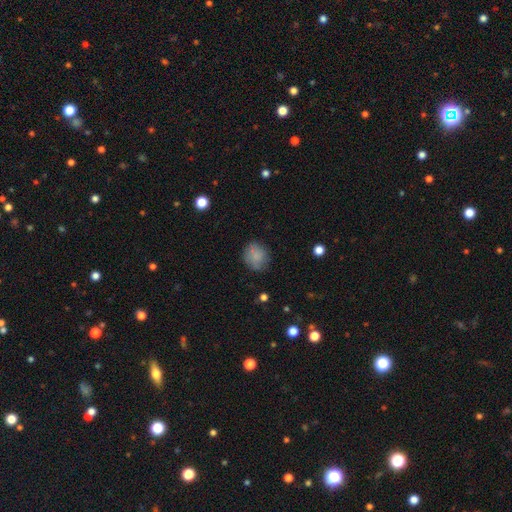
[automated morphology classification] Smooth or featured: smooth — 81% (star or artifact — 10%)
How rounded: round — 76% (in between — 23%)
Merging: none — 74% (minor disturbance — 18%)